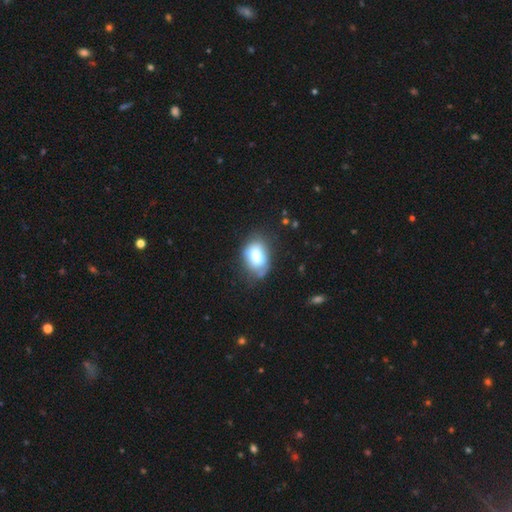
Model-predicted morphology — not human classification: Smooth or featured? smooth (68%)
How rounded? in between (80%)
Merging? none (53%)